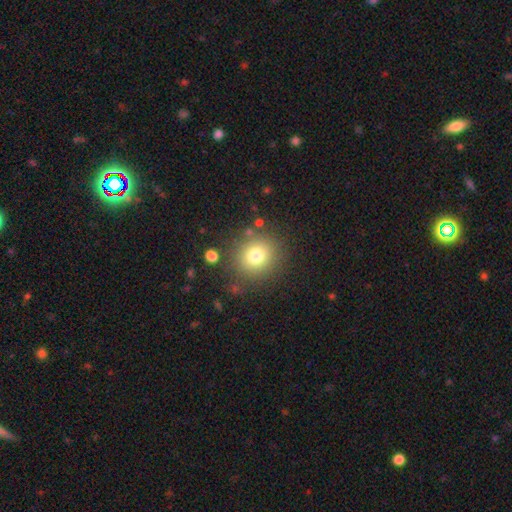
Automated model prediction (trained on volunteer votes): Smooth or featured? smooth (76%)
How rounded? round (88%)
Merging? none (83%)